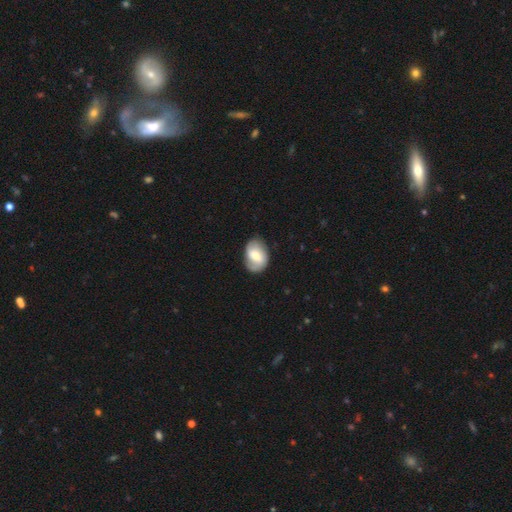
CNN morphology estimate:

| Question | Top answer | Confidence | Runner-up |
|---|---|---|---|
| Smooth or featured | smooth | 50% | featured or disk (44%) |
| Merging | none | 72% | minor disturbance (20%) |